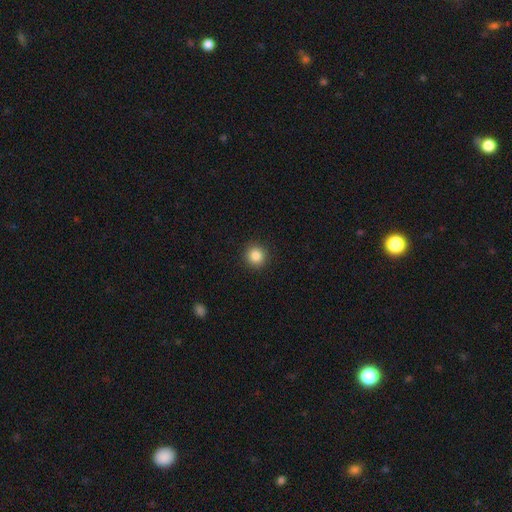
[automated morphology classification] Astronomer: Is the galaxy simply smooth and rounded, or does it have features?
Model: smooth — 85%.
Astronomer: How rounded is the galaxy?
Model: round — 92%.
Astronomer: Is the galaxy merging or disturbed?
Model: none — 92%.